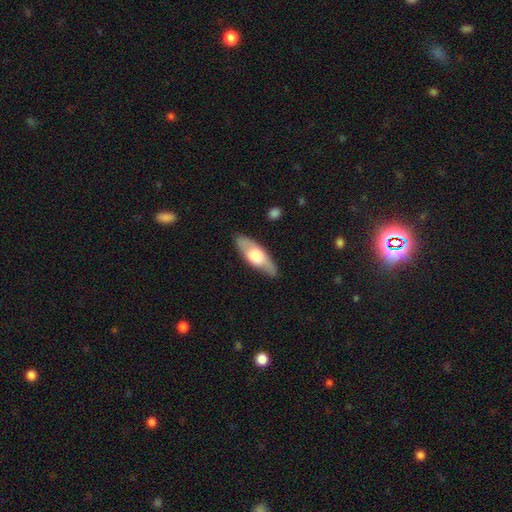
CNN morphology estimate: A smooth galaxy with no disk features (51%) that is in between round and cigar-shaped (60%).

Vote fractions:
- Smooth or featured? smooth: 51% / featured or disk: 44% / star or artifact: 5%
- How rounded? in between: 60% / cigar-shaped: 37% / round: 3%
- Merging? none: 82% / minor disturbance: 13% / major disturbance: 3% / merger: 1%